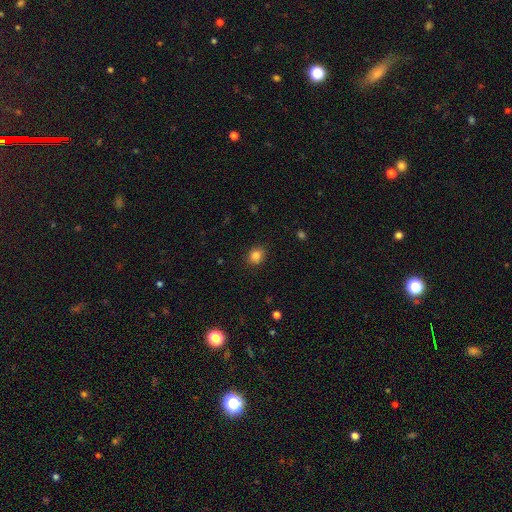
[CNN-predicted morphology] Smooth or featured?
  - smooth: 83% *
  - star or artifact: 11%
  - featured or disk: 5%
How rounded?
  - round: 69% *
  - in between: 30%
  - cigar-shaped: 1%
Merging?
  - none: 87% *
  - minor disturbance: 9%
  - major disturbance: 2%
  - merger: 1%